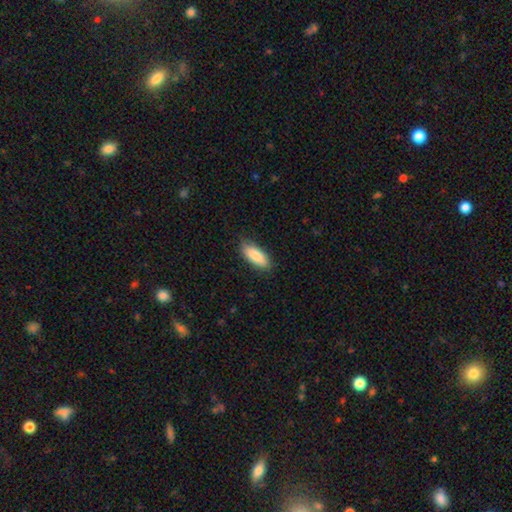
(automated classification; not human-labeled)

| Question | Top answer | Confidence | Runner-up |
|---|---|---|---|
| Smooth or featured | smooth | 86% | featured or disk (8%) |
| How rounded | in between | 73% | cigar-shaped (25%) |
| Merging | none | 83% | minor disturbance (13%) |